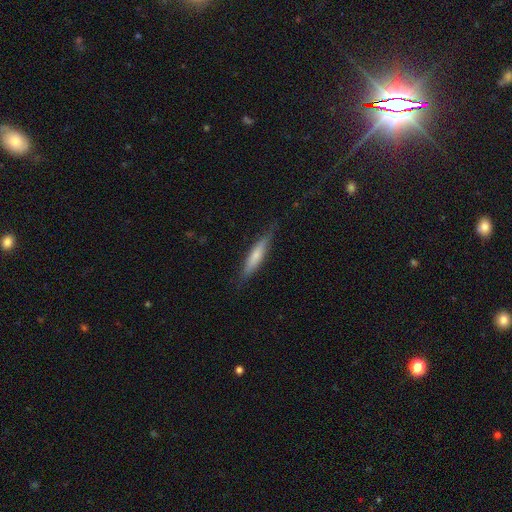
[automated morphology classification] Smooth or featured?
  - smooth: 63% *
  - featured or disk: 31%
  - star or artifact: 6%
How rounded?
  - cigar-shaped: 86% *
  - in between: 12%
  - round: 1%
Merging?
  - none: 81% *
  - minor disturbance: 15%
  - major disturbance: 3%
  - merger: 1%